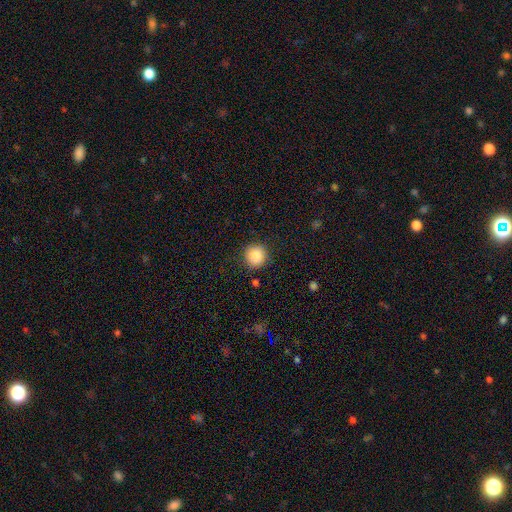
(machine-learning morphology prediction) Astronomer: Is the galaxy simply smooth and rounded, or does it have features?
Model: smooth — 86%.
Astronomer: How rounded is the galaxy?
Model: round — 93%.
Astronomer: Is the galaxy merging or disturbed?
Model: none — 89%.